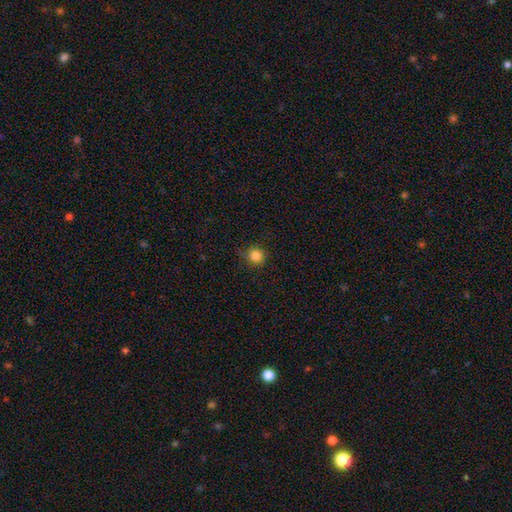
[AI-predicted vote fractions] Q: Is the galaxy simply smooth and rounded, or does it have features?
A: smooth — 84%.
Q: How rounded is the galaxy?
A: round — 92%.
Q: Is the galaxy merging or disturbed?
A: none — 80%.